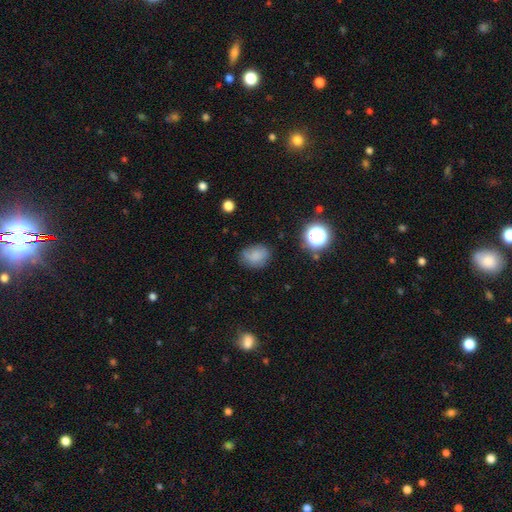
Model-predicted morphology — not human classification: smooth-or-featured: smooth: 77% | star or artifact: 13% | featured or disk: 10%
  how-rounded: in between: 56% | round: 43% | cigar-shaped: 1%
  merging: none: 68% | minor disturbance: 23% | major disturbance: 7% | merger: 2%